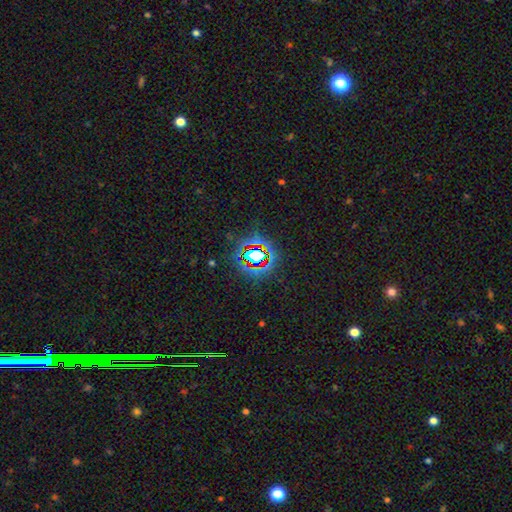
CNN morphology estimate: This appears to be a star or artifact, not a galaxy (73%).